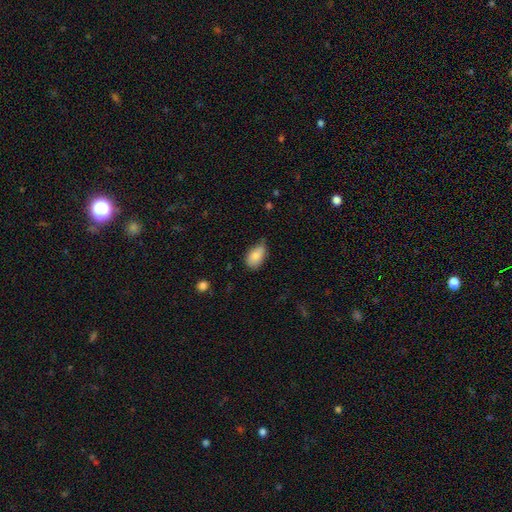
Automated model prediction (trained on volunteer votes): Smooth or featured? smooth (83%)
How rounded? in between (91%)
Merging? none (55%)